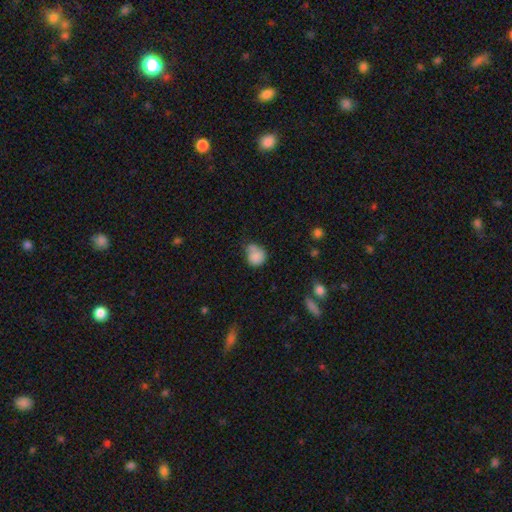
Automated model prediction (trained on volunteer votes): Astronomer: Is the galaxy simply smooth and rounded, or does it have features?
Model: smooth — 82%.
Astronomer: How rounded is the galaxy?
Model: round — 75%.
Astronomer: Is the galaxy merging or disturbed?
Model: none — 44% (runner-up: minor disturbance, 26%).